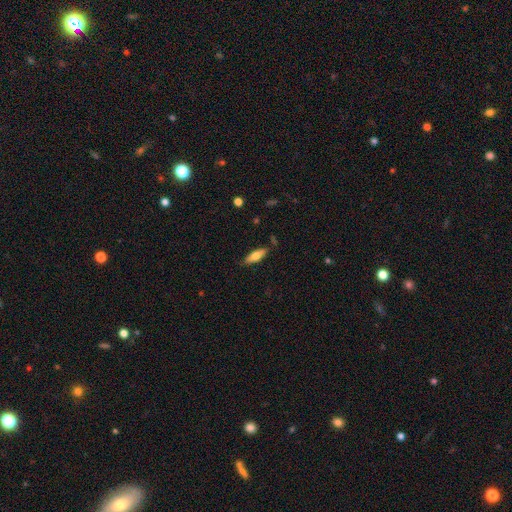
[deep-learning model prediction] Smooth or featured? Predicted: smooth (p=0.67). How rounded? Predicted: in between (p=0.58). Merging? Predicted: none (p=0.79).